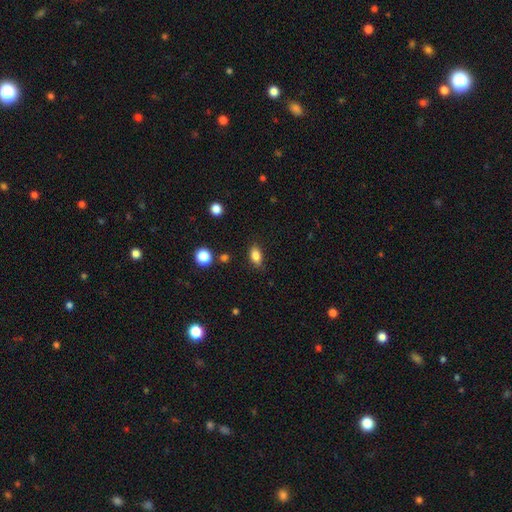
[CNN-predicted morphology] Smooth or featured? Predicted: smooth (p=0.84). How rounded? Predicted: in between (p=0.85). Merging? Predicted: none (p=0.81).